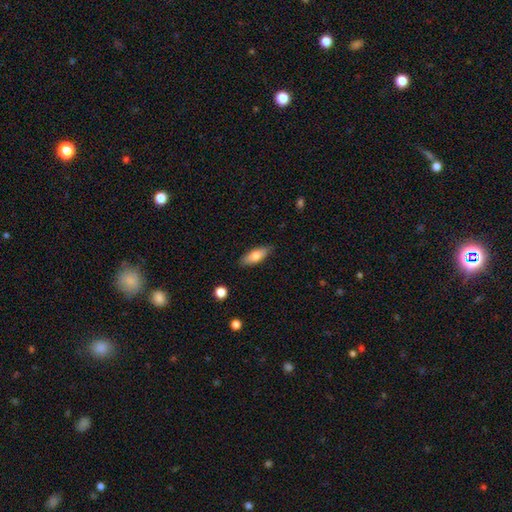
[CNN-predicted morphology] smooth-or-featured: smooth: 74% | featured or disk: 19% | star or artifact: 7%
  how-rounded: in between: 71% | cigar-shaped: 26% | round: 3%
  merging: none: 83% | minor disturbance: 13% | major disturbance: 2% | merger: 1%